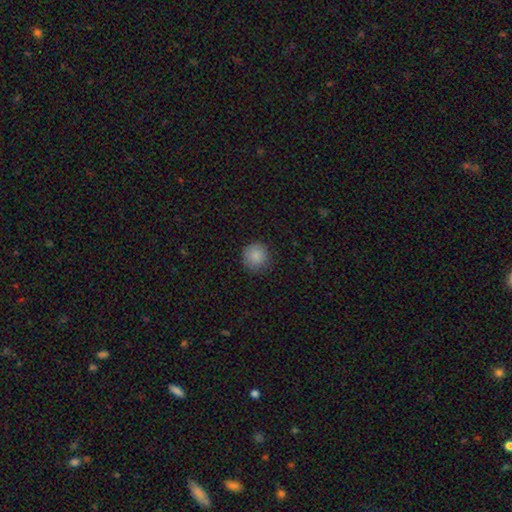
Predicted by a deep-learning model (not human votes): Smooth or featured: smooth — 87% (star or artifact — 9%)
How rounded: round — 93% (in between — 6%)
Merging: none — 86% (minor disturbance — 10%)